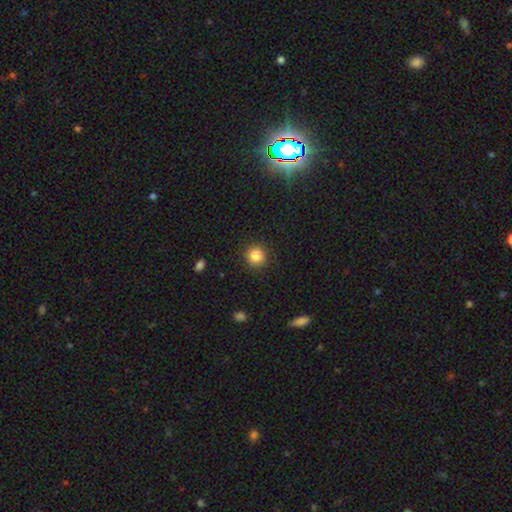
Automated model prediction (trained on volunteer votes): Smooth or featured? smooth (85%)
How rounded? round (91%)
Merging? none (89%)